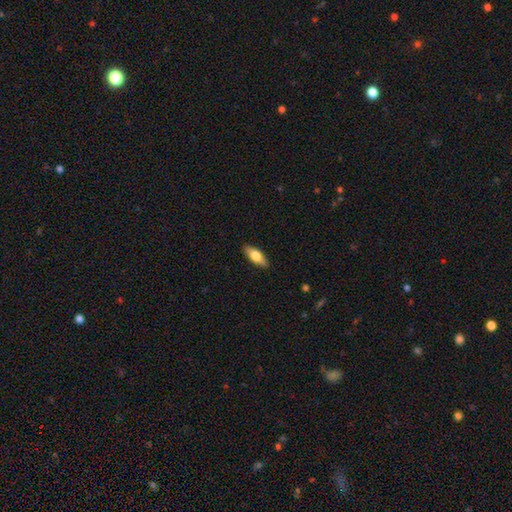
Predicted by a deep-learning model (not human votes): Smooth or featured?
  - smooth: 65% *
  - featured or disk: 30%
  - star or artifact: 6%
How rounded?
  - in between: 67% *
  - cigar-shaped: 30%
  - round: 3%
Merging?
  - none: 89% *
  - minor disturbance: 8%
  - major disturbance: 2%
  - merger: 1%